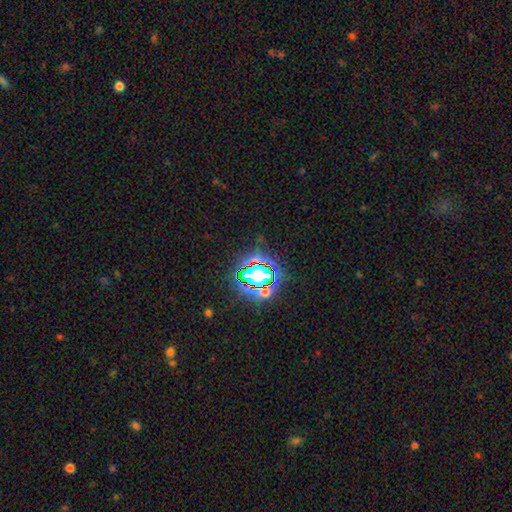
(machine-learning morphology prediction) Overall: star or artifact (76%).